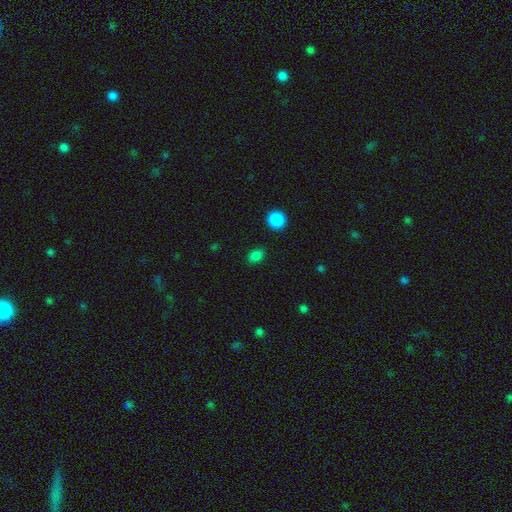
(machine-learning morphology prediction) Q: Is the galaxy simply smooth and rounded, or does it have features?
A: smooth — 84%.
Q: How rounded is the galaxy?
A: in between — 60%.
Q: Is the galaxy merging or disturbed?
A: none — 86%.